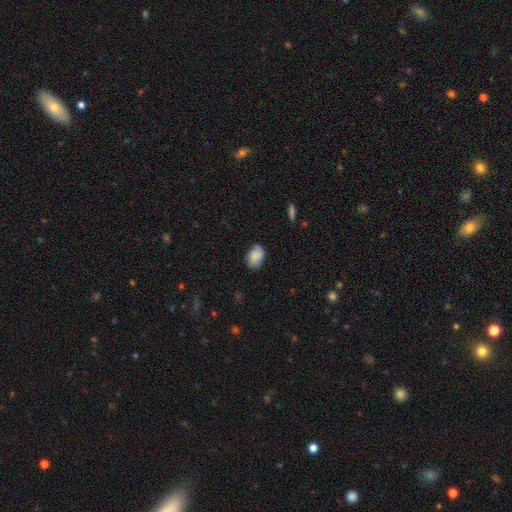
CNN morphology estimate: type=smooth (81%); roundness=in between (81%); merging=none (73%).